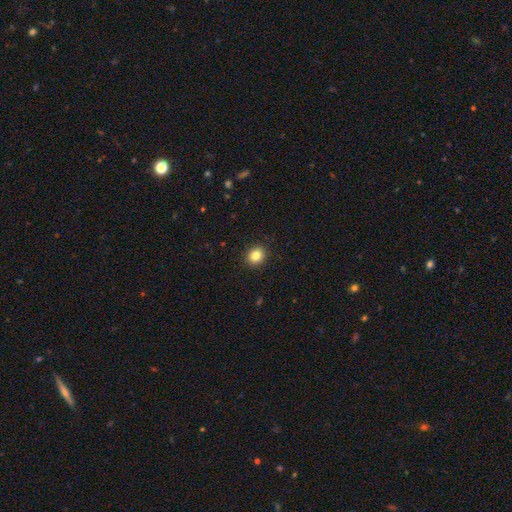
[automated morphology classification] smooth 84%, star or artifact 11%, featured or disk 5%. Down the decision tree: how rounded — round (75%); merging — none (92%).